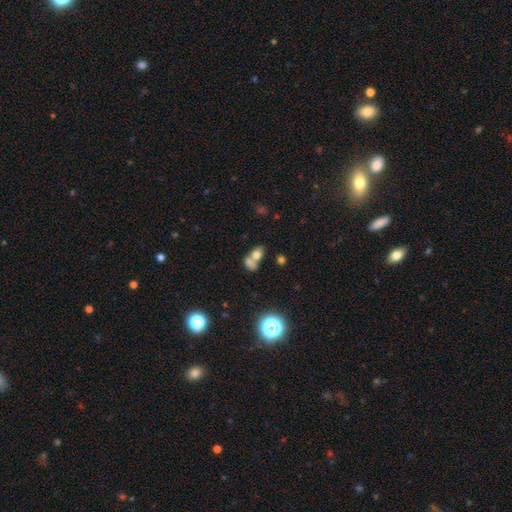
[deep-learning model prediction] A smooth galaxy with no disk features (69%) that is in between round and cigar-shaped (58%). Merging: merger (65%).